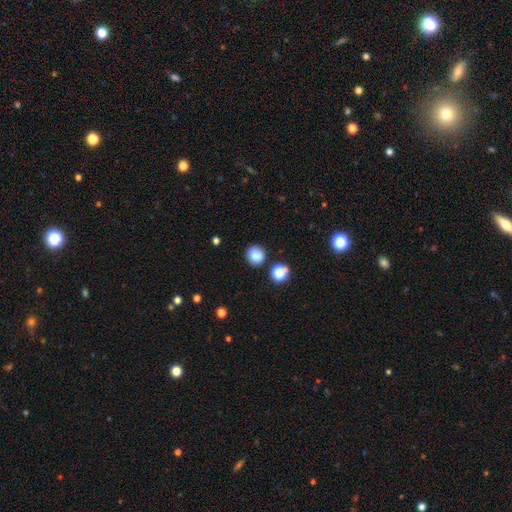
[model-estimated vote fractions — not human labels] This appears to be a smooth galaxy with no disk features (83%) that is round (88%). Merging: none (84%).